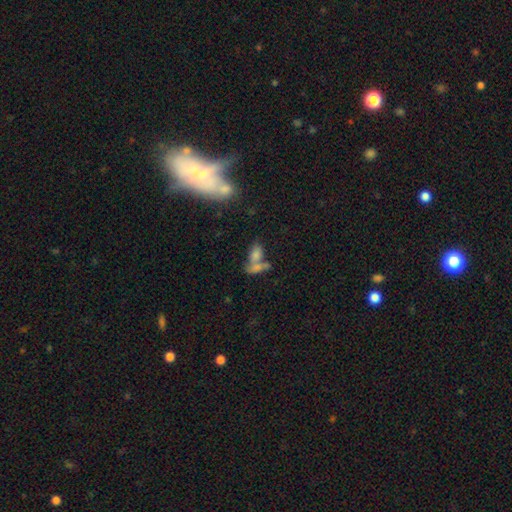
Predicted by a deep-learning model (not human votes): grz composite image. It shows a smooth galaxy with no disk features (72%) that is in between round and cigar-shaped (83%). Merging: merger (59%).